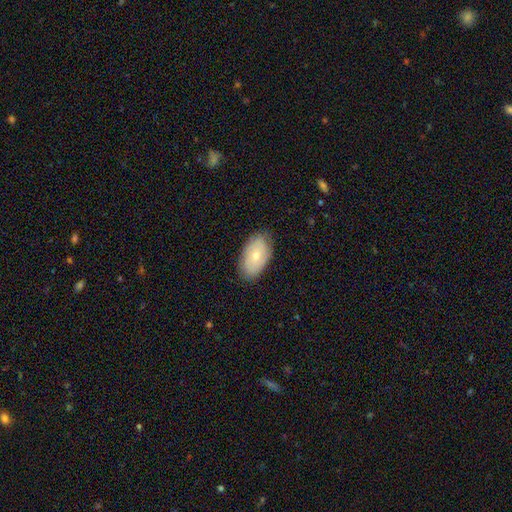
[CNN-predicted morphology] Smooth or featured: smooth — 64% (featured or disk — 30%)
How rounded: in between — 93% (round — 5%)
Merging: none — 82% (minor disturbance — 14%)